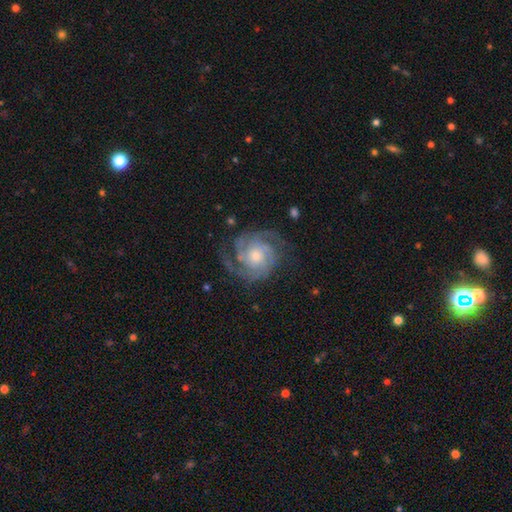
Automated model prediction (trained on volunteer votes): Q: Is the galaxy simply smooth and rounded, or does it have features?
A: featured or disk — 89%.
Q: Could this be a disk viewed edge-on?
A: no — 98%.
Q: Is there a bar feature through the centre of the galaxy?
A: no — 72%.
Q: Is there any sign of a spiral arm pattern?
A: yes — 98%.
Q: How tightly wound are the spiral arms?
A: tight — 61%.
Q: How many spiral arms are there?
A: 3 — 40%.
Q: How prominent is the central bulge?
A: moderate — 59%.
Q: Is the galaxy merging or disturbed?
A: none — 75%.